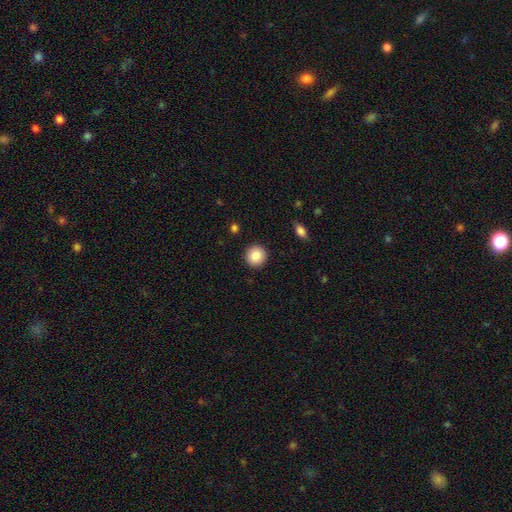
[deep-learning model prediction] Smooth or featured? Predicted: smooth (p=0.87). How rounded? Predicted: round (p=0.94). Merging? Predicted: none (p=0.92).